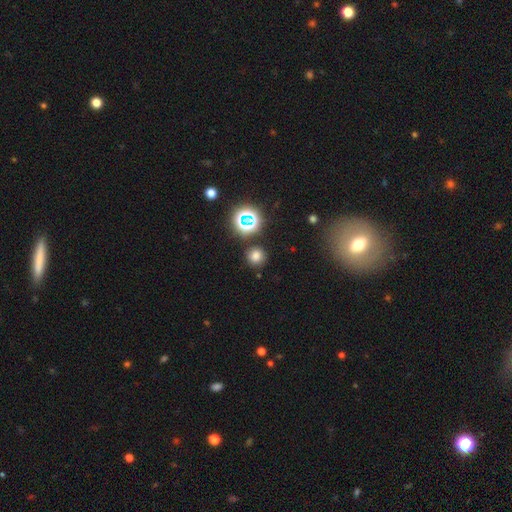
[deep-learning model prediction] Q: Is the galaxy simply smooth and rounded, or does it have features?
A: smooth — 71%.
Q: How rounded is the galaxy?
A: round — 92%.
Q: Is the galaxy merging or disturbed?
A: none — 86%.